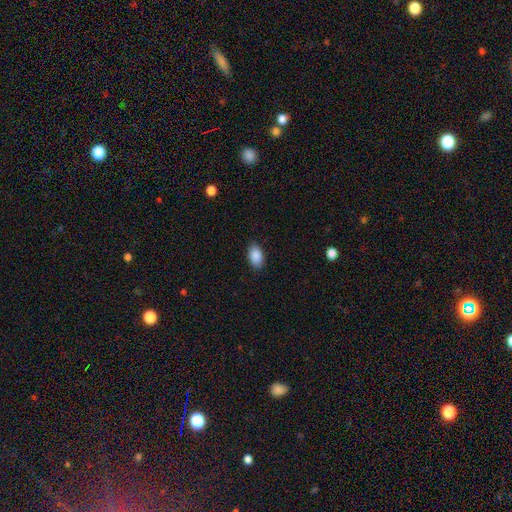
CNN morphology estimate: The model was most divided on "merging": none: 88%, minor disturbance: 9%, major disturbance: 2%, merger: 1%. More confident: how rounded — in between (93%); smooth or featured — smooth (90%).